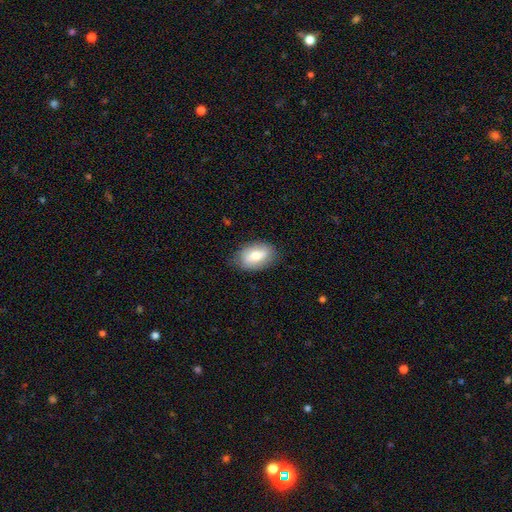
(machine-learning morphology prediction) A smooth galaxy with no disk features (71%) that is in between round and cigar-shaped (89%).

Vote fractions:
- Smooth or featured? smooth: 71% / featured or disk: 23% / star or artifact: 7%
- How rounded? in between: 89% / round: 9% / cigar-shaped: 2%
- Merging? none: 79% / minor disturbance: 16% / major disturbance: 4% / merger: 1%